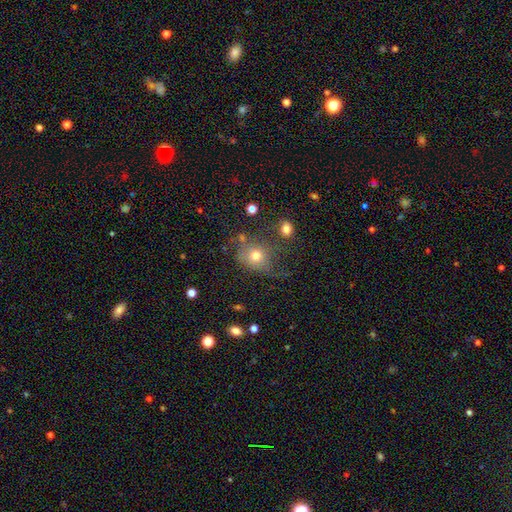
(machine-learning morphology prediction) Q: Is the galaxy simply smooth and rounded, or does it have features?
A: smooth — 71%.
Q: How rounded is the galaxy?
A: round — 68%.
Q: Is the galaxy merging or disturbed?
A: none — 45%.